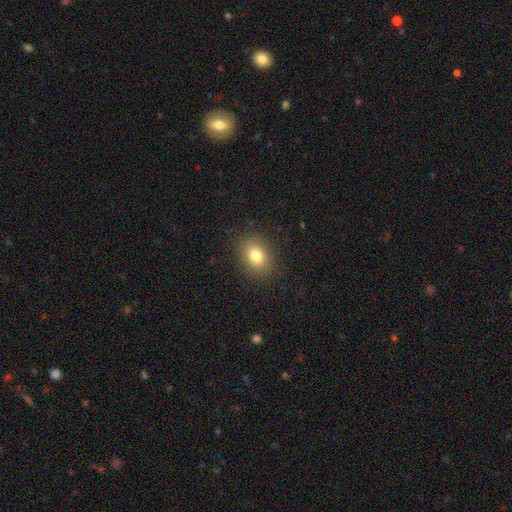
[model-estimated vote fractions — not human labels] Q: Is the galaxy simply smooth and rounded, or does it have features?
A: smooth — 81%.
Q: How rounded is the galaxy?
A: in between — 67%.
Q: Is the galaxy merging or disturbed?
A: none — 87%.